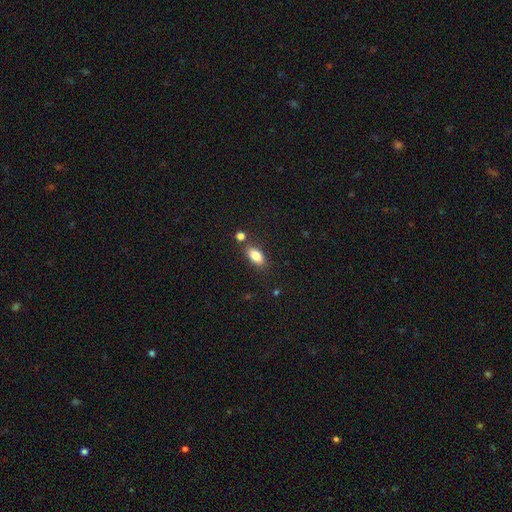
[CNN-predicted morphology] A smooth galaxy with no disk features (81%) that is in between round and cigar-shaped (87%). Merging: none (77%).